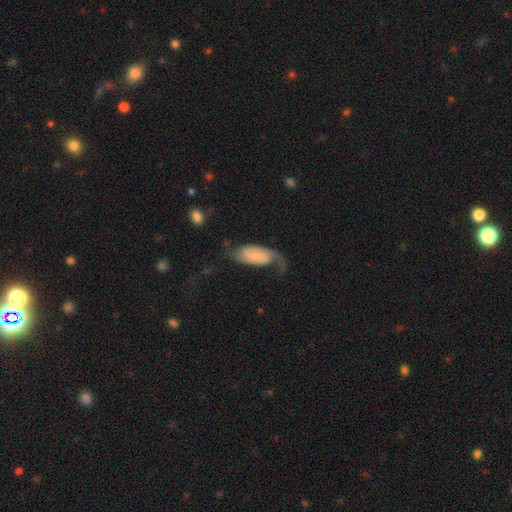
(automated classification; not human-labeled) This is likely a featured or disk galaxy (71%). It is clearly not viewed edge-on (94%). Bar: possibly no (60%). Spiral arm pattern: clearly yes (92%). Spiral arm count: possibly 2 (58%). Spiral winding: marginally loose (44%). Central bulge: likely small (61%). Merging: marginally none (40%).